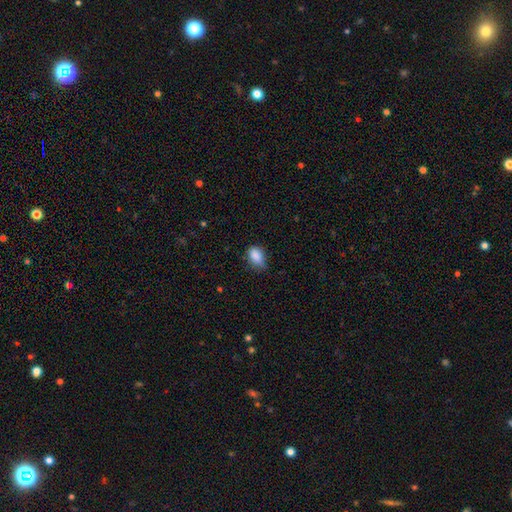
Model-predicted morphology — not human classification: Q: Smooth or featured?
A: smooth (86%); runner-up: star or artifact (9%)
Q: How rounded?
A: in between (84%); runner-up: round (13%)
Q: Merging?
A: none (50%); runner-up: minor disturbance (41%)